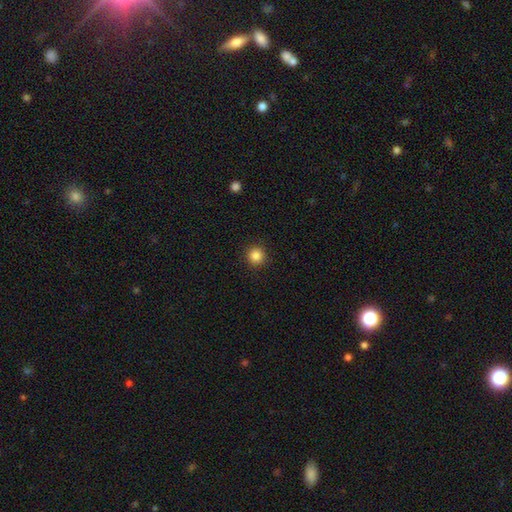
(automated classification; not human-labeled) Morphology: type=smooth (85%); roundness=round (95%); merging=none (92%).